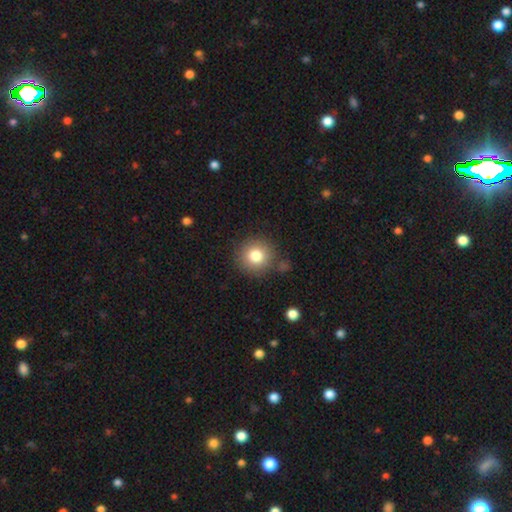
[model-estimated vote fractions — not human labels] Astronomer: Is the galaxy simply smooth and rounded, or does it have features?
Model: smooth — 80%.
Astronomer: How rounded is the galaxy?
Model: round — 93%.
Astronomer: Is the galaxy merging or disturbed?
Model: none — 83%.